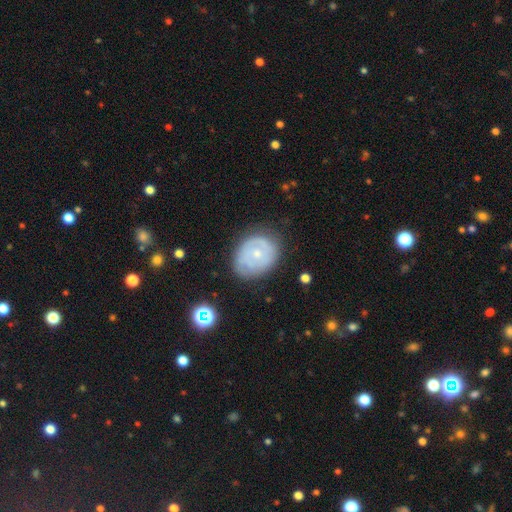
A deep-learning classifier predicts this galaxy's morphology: The model was most divided on "smooth or featured": featured or disk: 56%, smooth: 37%, star or artifact: 8%. More confident: edge-on disk — no (97%); bar — no (83%); bulge size — small (68%); merging — none (68%); spiral arms — yes (61%).